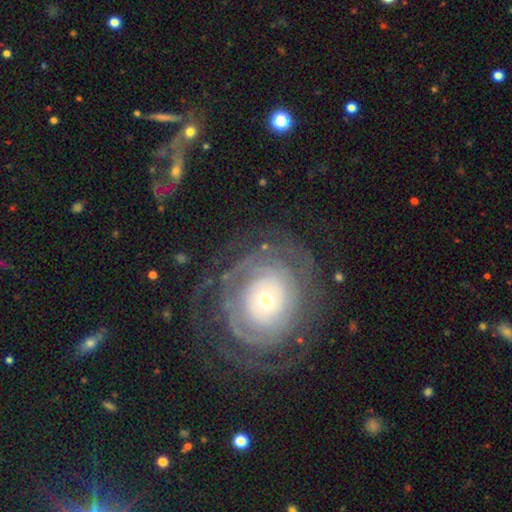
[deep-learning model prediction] Q: Smooth or featured?
A: featured or disk (78%); runner-up: smooth (14%)
Q: Edge-on disk?
A: no (96%); runner-up: yes (4%)
Q: Bar?
A: no (79%); runner-up: weak (14%)
Q: Spiral arms?
A: yes (84%); runner-up: no (16%)
Q: Spiral winding?
A: tight (80%); runner-up: medium (14%)
Q: Spiral arm count?
A: can't tell (47%); runner-up: 2 (14%)
Q: Bulge size?
A: small (59%); runner-up: moderate (33%)
Q: Merging?
A: none (76%); runner-up: minor disturbance (12%)